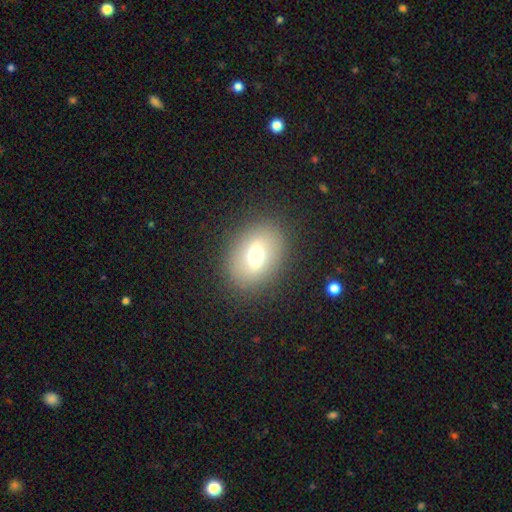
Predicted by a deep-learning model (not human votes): Smooth or featured: smooth — 62% (featured or disk — 26%)
How rounded: in between — 62% (round — 36%)
Merging: none — 86% (minor disturbance — 9%)